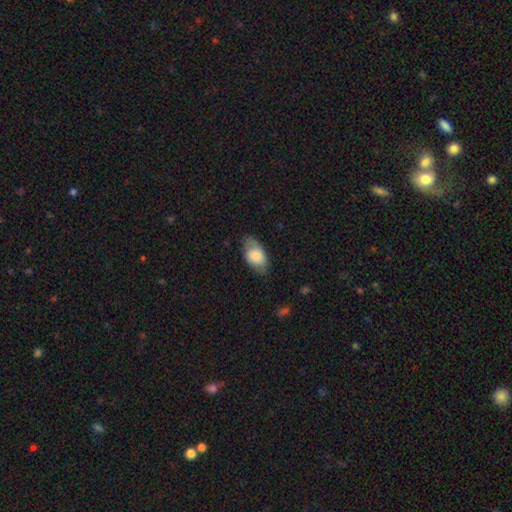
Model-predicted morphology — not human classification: Q: Smooth or featured?
A: smooth (75%); runner-up: featured or disk (19%)
Q: How rounded?
A: in between (93%); runner-up: round (5%)
Q: Merging?
A: none (68%); runner-up: minor disturbance (24%)